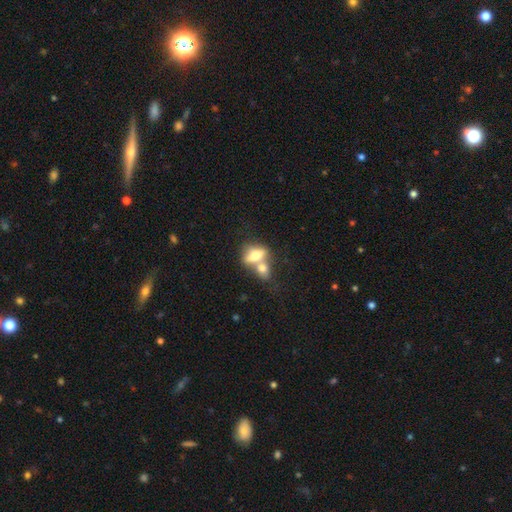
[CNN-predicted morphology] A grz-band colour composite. It shows a smooth galaxy with no disk features (62%) that is in between round and cigar-shaped (73%). Merging: merger (61%).